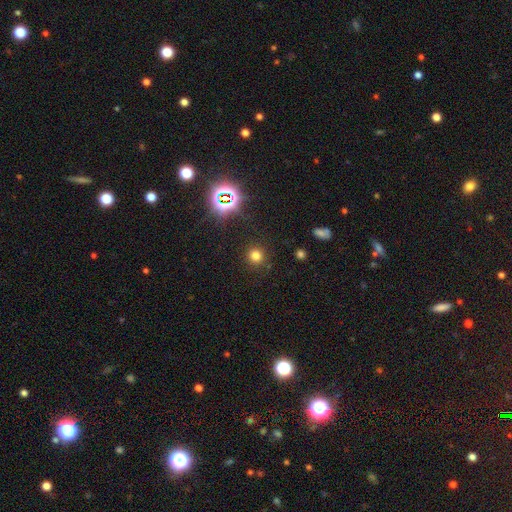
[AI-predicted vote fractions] Smooth or featured? smooth (72%)
How rounded? round (94%)
Merging? none (90%)